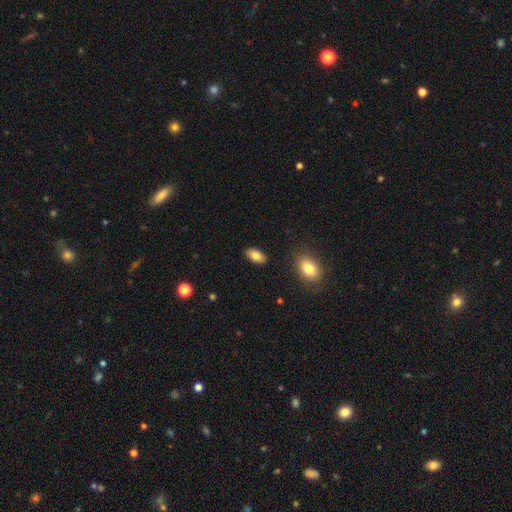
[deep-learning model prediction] Overall: smooth (82%). How rounded: in between (93%). Merging: none (88%).